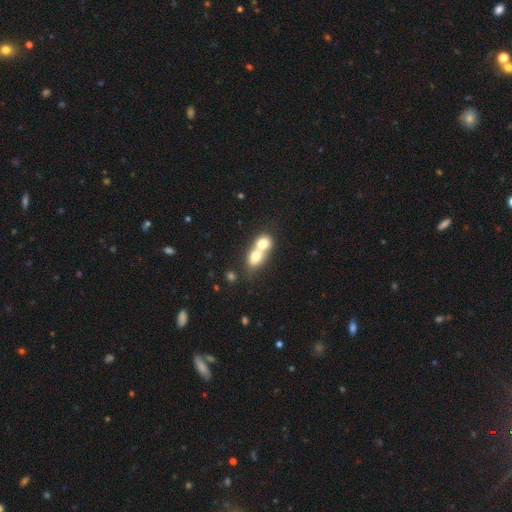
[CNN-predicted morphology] A smooth galaxy with no disk features (69%) that is in between round and cigar-shaped (55%).

Vote fractions:
- Smooth or featured? smooth: 69% / featured or disk: 23% / star or artifact: 8%
- How rounded? in between: 55% / round: 42% / cigar-shaped: 3%
- Merging? merger: 79% / none: 14% / minor disturbance: 4% / major disturbance: 3%